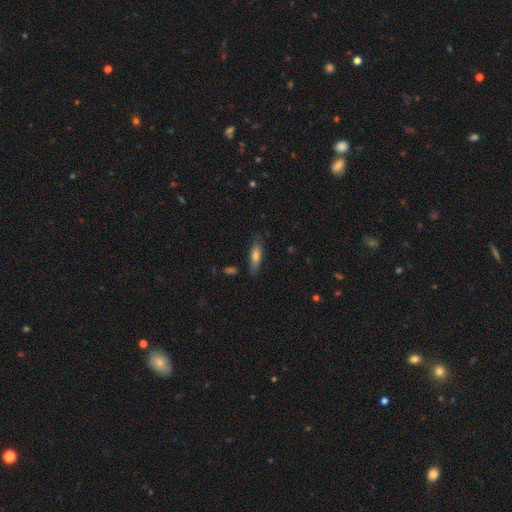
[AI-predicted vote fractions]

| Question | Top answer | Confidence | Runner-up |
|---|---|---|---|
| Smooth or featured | smooth | 68% | featured or disk (24%) |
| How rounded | cigar-shaped | 51% | in between (47%) |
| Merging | none | 76% | minor disturbance (18%) |